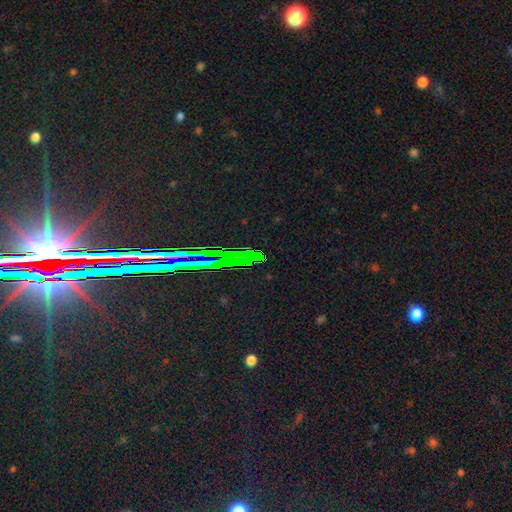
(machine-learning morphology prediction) smooth-or-featured: star or artifact: 85% | featured or disk: 8% | smooth: 7%